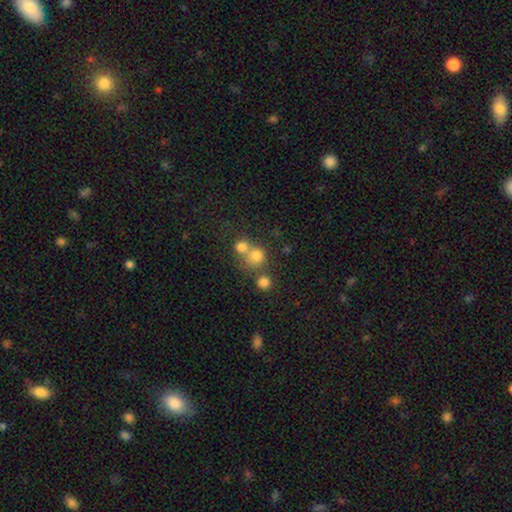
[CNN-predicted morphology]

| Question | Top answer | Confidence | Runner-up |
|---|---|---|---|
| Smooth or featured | smooth | 75% | star or artifact (14%) |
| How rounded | round | 86% | in between (13%) |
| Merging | none | 45% | merger (44%) |